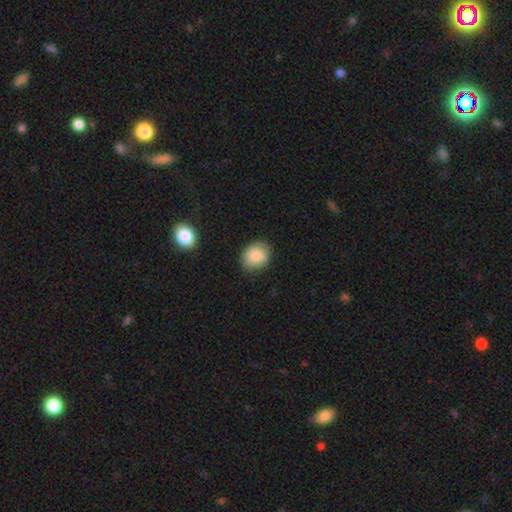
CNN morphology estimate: Smooth or featured? Predicted: smooth (p=0.86). How rounded? Predicted: round (p=0.56). Merging? Predicted: none (p=0.79).